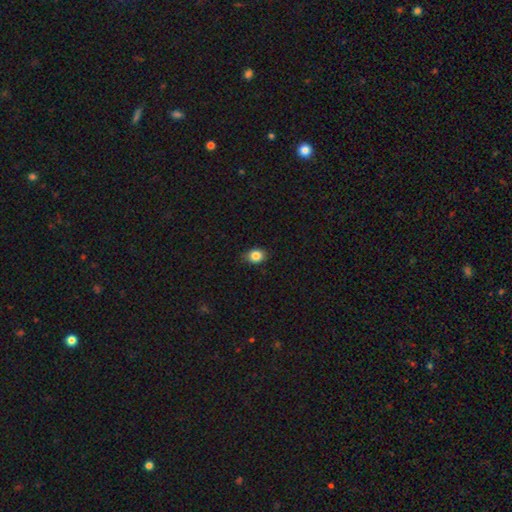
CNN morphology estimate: Smooth or featured? smooth (85%)
How rounded? in between (56%)
Merging? none (83%)